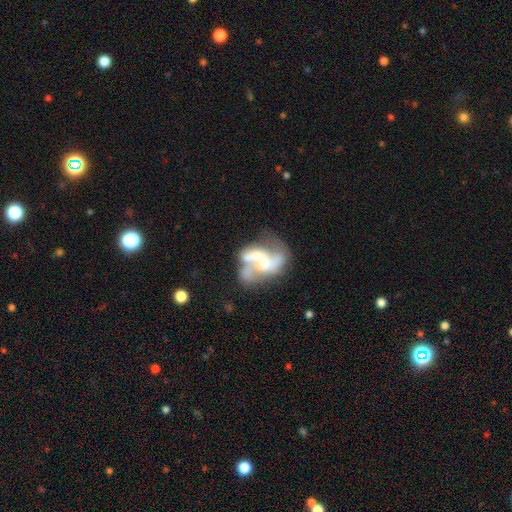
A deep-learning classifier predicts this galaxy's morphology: This is likely a featured or disk galaxy (77%). It is clearly not viewed edge-on (97%). Bar: possibly no (58%). Spiral arm pattern: likely yes (77%). Spiral arm count: likely 2 (77%). Spiral winding: possibly loose (59%). Central bulge: possibly moderate (45%). Merging: marginally merger (40%).